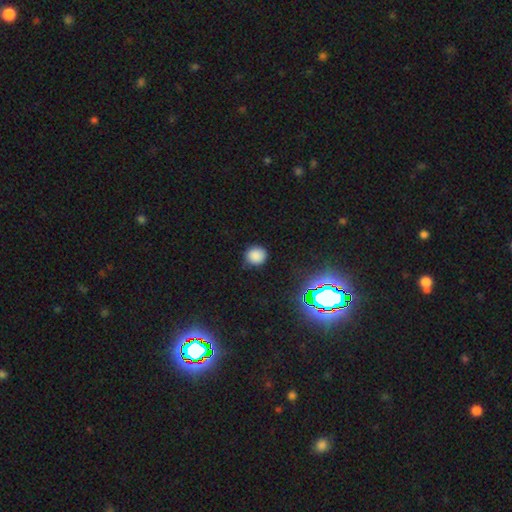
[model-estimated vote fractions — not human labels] A smooth galaxy with no disk features (80%) that is round (90%). Merging: none (85%).